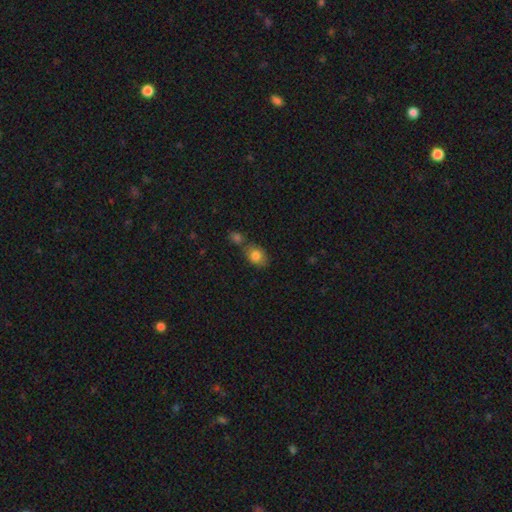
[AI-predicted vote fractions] Overall: smooth (82%). How rounded: in between (62%; round 36%). Merging: none (52%; merger 30%).